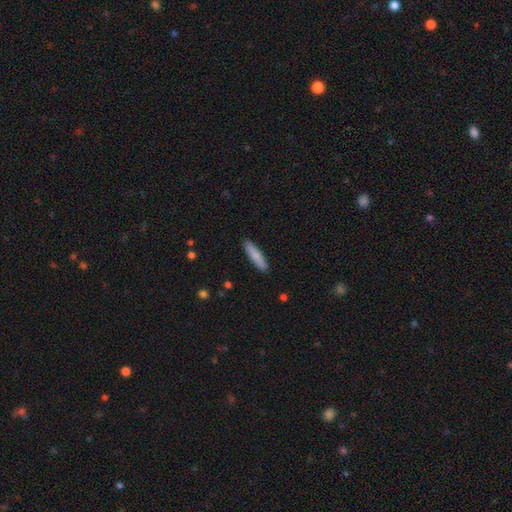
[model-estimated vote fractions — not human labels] A smooth galaxy with no disk features (84%) that is cigar-shaped (79%).

Vote fractions:
- Smooth or featured? smooth: 84% / featured or disk: 11% / star or artifact: 5%
- How rounded? cigar-shaped: 79% / in between: 19% / round: 1%
- Merging? none: 90% / minor disturbance: 7% / major disturbance: 1% / merger: 1%